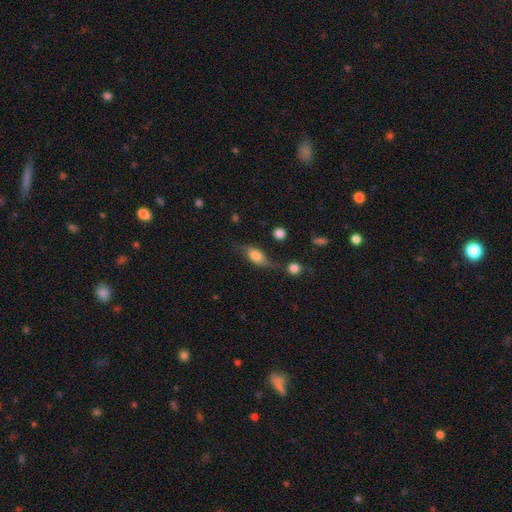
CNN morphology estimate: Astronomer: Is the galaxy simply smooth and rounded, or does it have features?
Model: smooth — 55% (runner-up: featured or disk, 36%).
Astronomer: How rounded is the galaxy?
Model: in between — 76%.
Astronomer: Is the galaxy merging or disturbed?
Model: none — 53%.